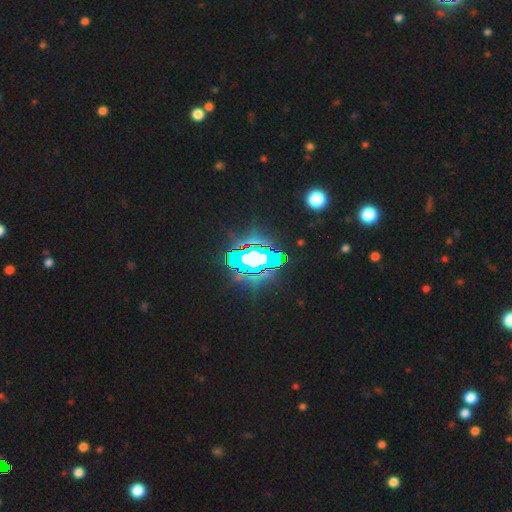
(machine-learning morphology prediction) smooth-or-featured: star or artifact: 63% | featured or disk: 22% | smooth: 15%